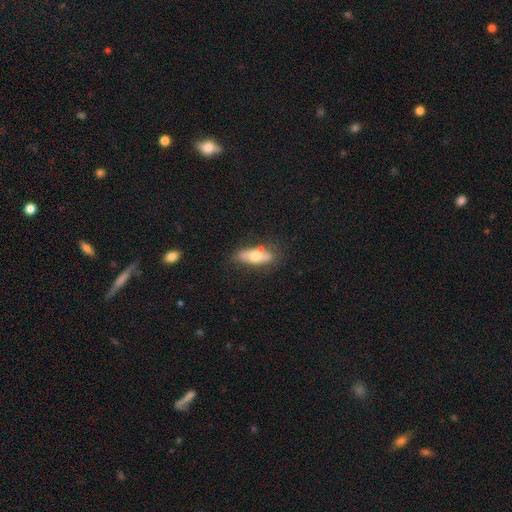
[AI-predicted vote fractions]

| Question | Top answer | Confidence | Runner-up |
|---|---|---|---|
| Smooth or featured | smooth | 53% | featured or disk (40%) |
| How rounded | in between | 69% | cigar-shaped (28%) |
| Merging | none | 59% | minor disturbance (22%) |